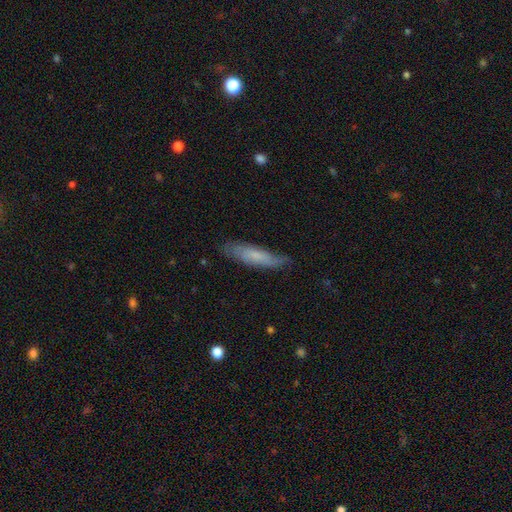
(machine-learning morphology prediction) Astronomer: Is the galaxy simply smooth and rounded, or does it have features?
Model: smooth — 60%.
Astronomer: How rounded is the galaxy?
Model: cigar-shaped — 75%.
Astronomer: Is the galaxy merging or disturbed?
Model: none — 73%.